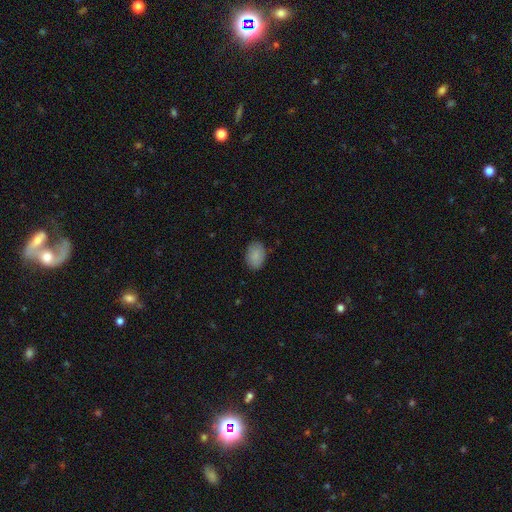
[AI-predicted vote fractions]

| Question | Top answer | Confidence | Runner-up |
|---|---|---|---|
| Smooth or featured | smooth | 87% | star or artifact (7%) |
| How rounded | in between | 81% | round (18%) |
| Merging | none | 85% | minor disturbance (12%) |